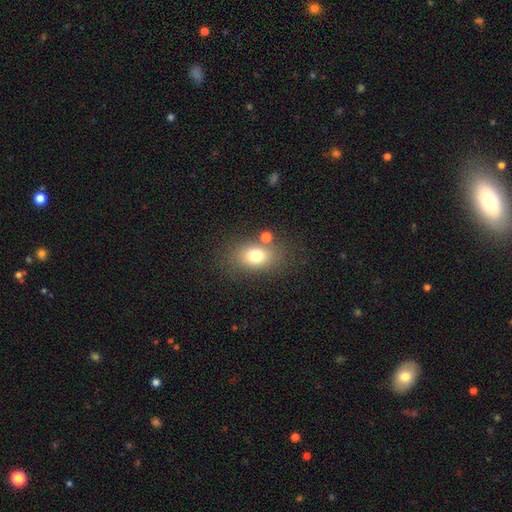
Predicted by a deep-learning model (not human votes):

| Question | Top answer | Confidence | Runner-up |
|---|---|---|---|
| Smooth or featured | smooth | 75% | featured or disk (13%) |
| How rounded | in between | 73% | round (26%) |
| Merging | none | 72% | minor disturbance (12%) |